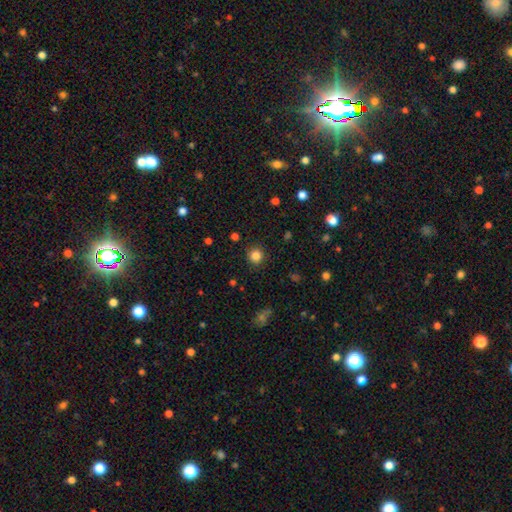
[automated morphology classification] Smooth or featured: smooth — 84% (star or artifact — 12%)
How rounded: round — 92% (in between — 7%)
Merging: none — 90% (minor disturbance — 7%)